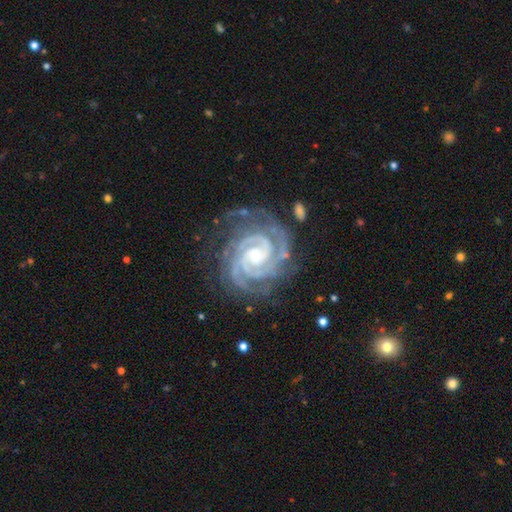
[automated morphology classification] A featured or disk galaxy (93%) with no bar (58%), 2 (36%) tight (81%) spiral arms (99%) and a small central bulge (67%).

Vote fractions:
- Smooth or featured? featured or disk: 93% / star or artifact: 4% / smooth: 2%
- Edge-on disk? no: 98% / yes: 2%
- Bar? no: 58% / weak: 27% / strong: 15%
- Spiral arms? yes: 99% / no: 1%
- Spiral winding? tight: 81% / medium: 17% / loose: 2%
- Spiral arm count? 2: 36% / 3: 30% / 4: 14% / can't tell: 9% / more than 4: 6% / 1: 5%
- Bulge size? small: 67% / moderate: 29% / none: 2% / large: 1% / dominant: 1%
- Merging? none: 73% / minor disturbance: 18% / major disturbance: 7% / merger: 2%